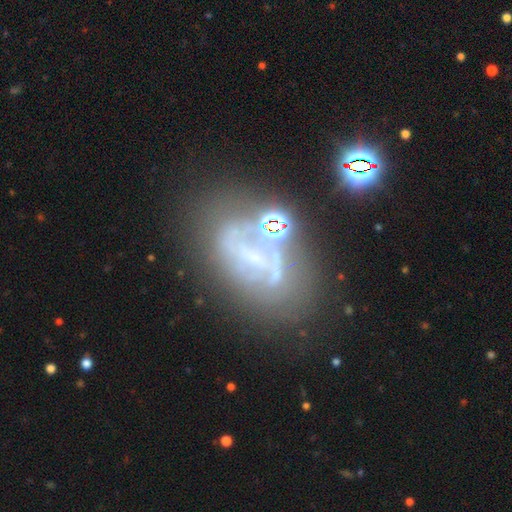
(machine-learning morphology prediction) The model was most divided on "bulge size": none: 48%, small: 34%, moderate: 13%, large: 3%, dominant: 2%. Remaining: edge-on disk — no (95%); smooth or featured — featured or disk (65%); spiral arms — no (61%); bar — no (50%); merging — none (44%).